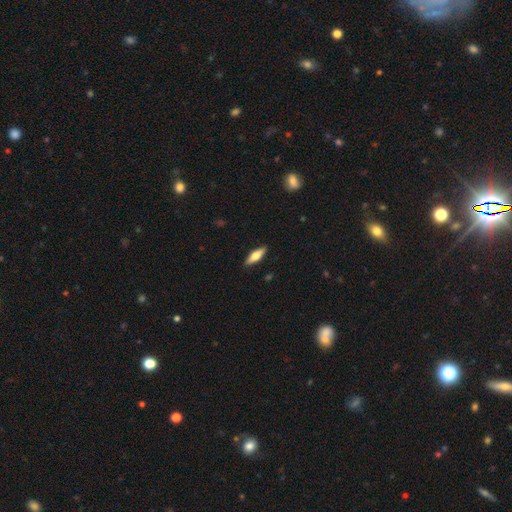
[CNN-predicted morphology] Smooth or featured?
  - smooth: 56% *
  - featured or disk: 38%
  - star or artifact: 6%
How rounded?
  - in between: 49% * (tied)
  - cigar-shaped: 49% * (tied)
  - round: 2%
Merging?
  - none: 89% *
  - minor disturbance: 8%
  - major disturbance: 2%
  - merger: 1%